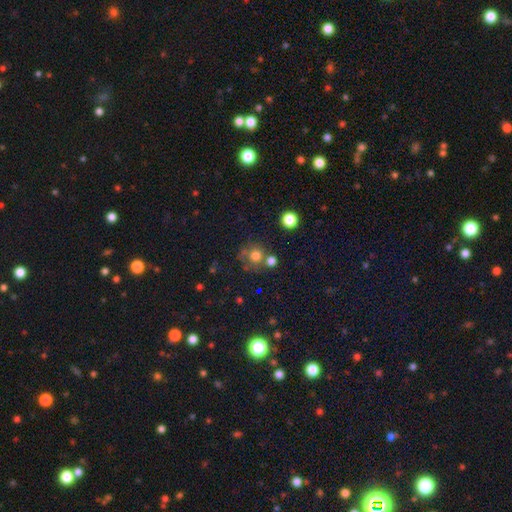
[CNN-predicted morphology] Q: Smooth or featured?
A: smooth (73%); runner-up: star or artifact (16%)
Q: How rounded?
A: round (89%); runner-up: in between (10%)
Q: Merging?
A: none (60%); runner-up: merger (21%)